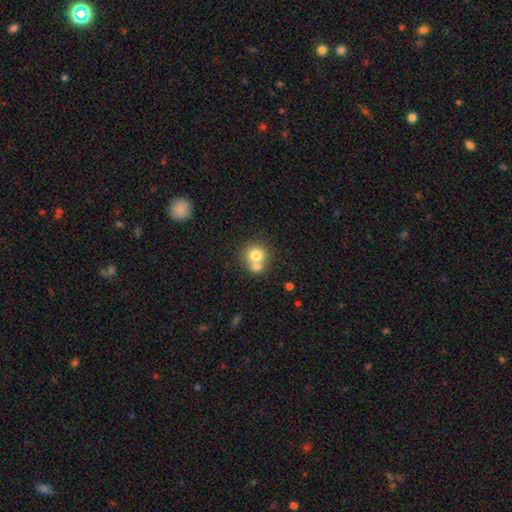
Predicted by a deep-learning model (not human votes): Smooth or featured? smooth (74%)
How rounded? round (85%)
Merging? merger (50%)